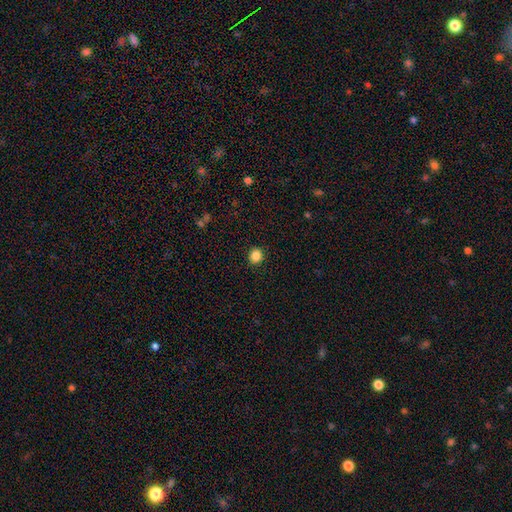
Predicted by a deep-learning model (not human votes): Smooth or featured: smooth — 86% (star or artifact — 11%)
How rounded: round — 84% (in between — 15%)
Merging: none — 91% (minor disturbance — 6%)